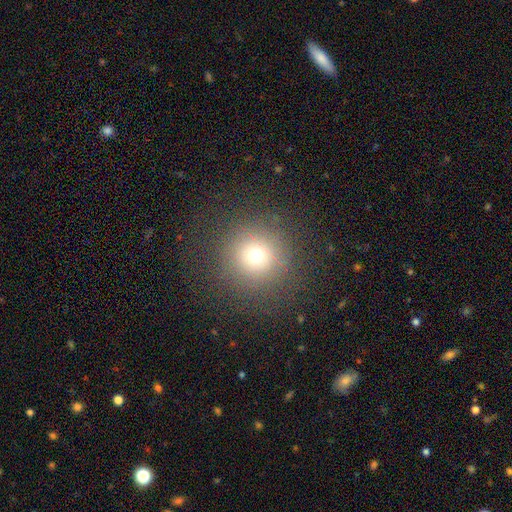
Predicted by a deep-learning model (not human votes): A smooth galaxy with no disk features (69%) that is round (95%).

Vote fractions:
- Smooth or featured? smooth: 69% / star or artifact: 20% / featured or disk: 11%
- How rounded? round: 95% / in between: 4% / cigar-shaped: 1%
- Merging? none: 87% / minor disturbance: 7% / major disturbance: 5% / merger: 1%